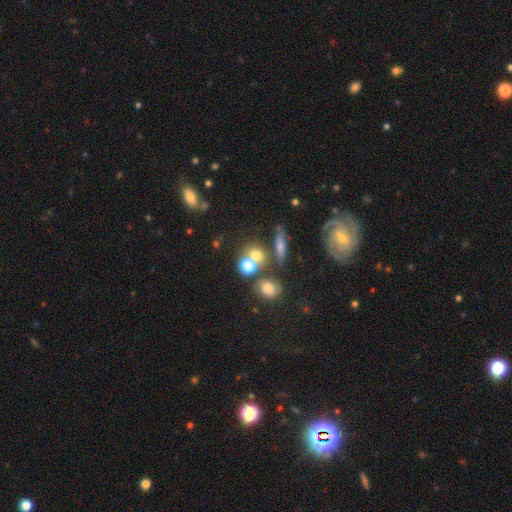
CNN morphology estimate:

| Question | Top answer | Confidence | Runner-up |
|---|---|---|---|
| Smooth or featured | smooth | 67% | star or artifact (18%) |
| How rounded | round | 72% | in between (25%) |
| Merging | none | 44% | merger (40%) |